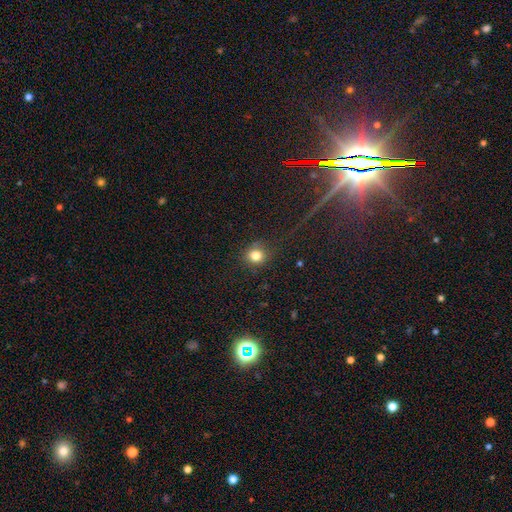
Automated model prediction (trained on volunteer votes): Smooth or featured? Predicted: smooth (p=0.81). How rounded? Predicted: round (p=0.83). Merging? Predicted: none (p=0.79).